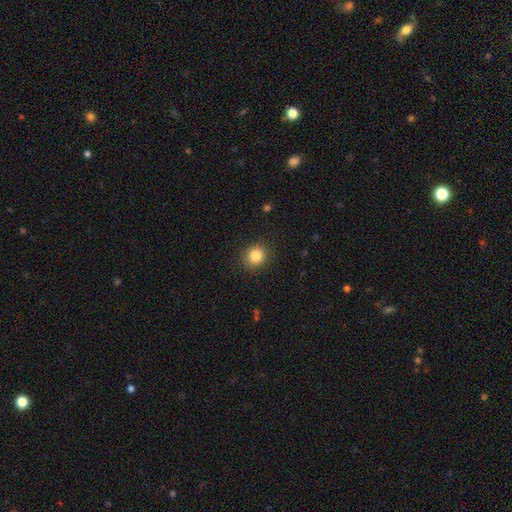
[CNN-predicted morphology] Smooth or featured? smooth (84%)
How rounded? round (86%)
Merging? none (88%)